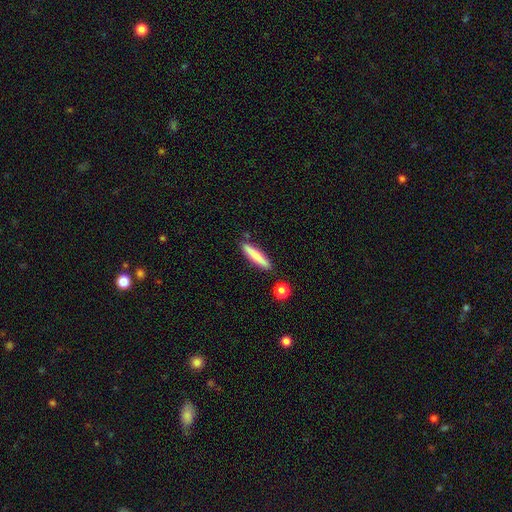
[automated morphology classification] A smooth galaxy with no disk features (78%) that is cigar-shaped (90%). Merging: none (85%).